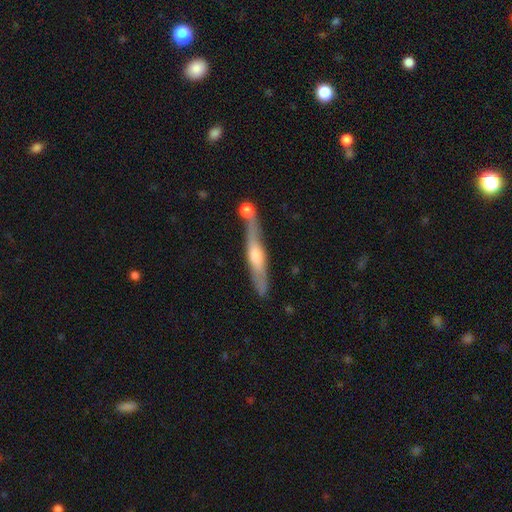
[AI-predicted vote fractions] Smooth or featured? featured or disk (58%)
Edge-on disk? yes (89%)
Edge-on bulge? rounded (76%)
Merging? none (61%)